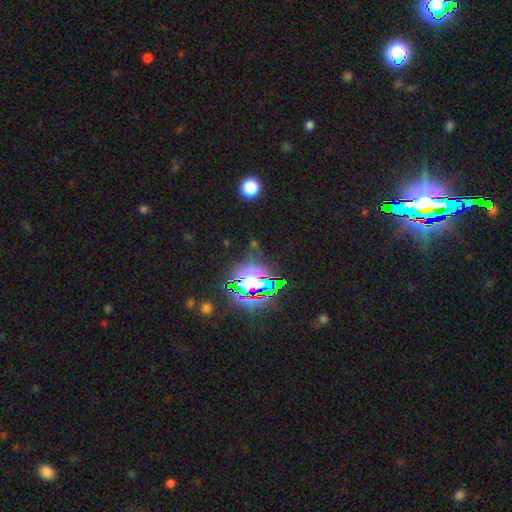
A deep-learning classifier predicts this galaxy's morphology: smooth_or_featured: star or artifact (p=0.84) [alt: smooth p=0.09]